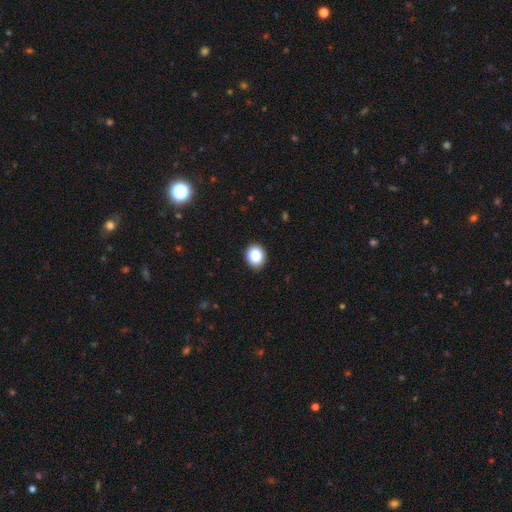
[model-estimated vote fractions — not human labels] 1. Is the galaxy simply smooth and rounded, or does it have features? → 88% smooth, 9% star or artifact, 3% featured or disk.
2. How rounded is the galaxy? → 62% round, 37% in between, 1% cigar-shaped.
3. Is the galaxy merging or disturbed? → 87% none, 10% minor disturbance, 2% major disturbance, 1% merger.